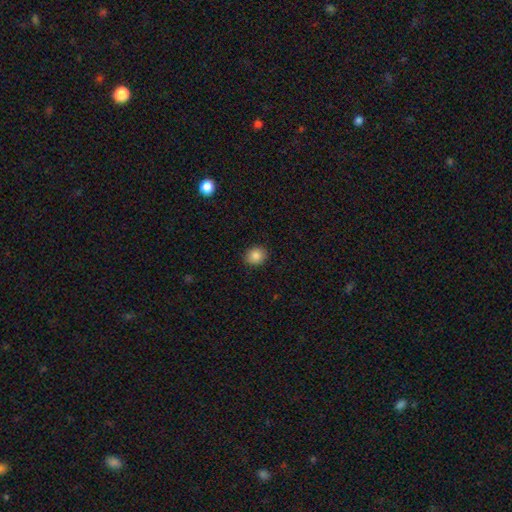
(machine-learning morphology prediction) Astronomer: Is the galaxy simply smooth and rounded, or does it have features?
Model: smooth — 86%.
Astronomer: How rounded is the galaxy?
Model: round — 70%.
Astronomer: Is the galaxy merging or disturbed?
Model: none — 90%.